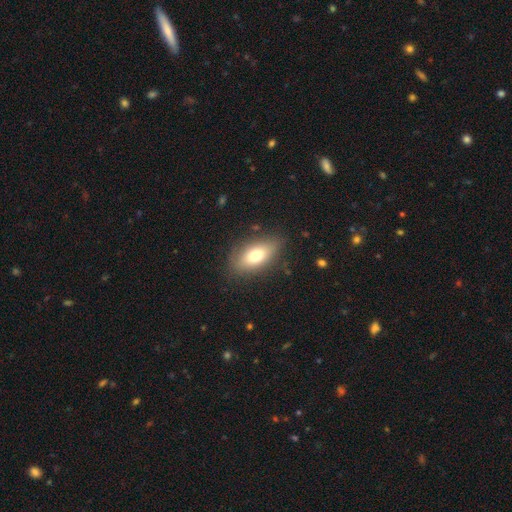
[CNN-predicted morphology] A smooth galaxy with no disk features (72%) that is in between round and cigar-shaped (85%). Merging: none (81%).